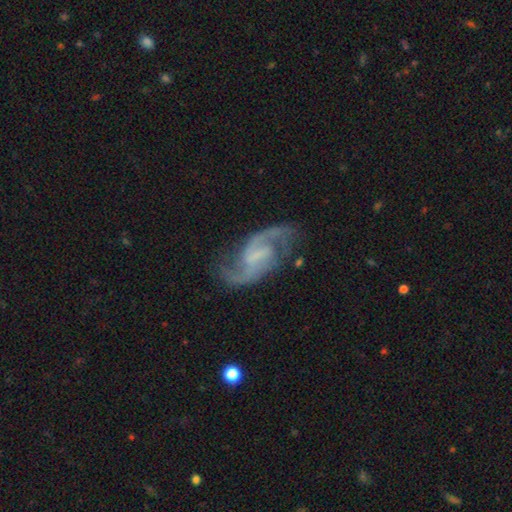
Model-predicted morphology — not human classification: Smooth or featured: featured or disk — 90% (star or artifact — 5%)
Edge-on disk: no — 97% (yes — 3%)
Bar: weak — 54% (no — 23%)
Spiral arms: yes — 97% (no — 3%)
Spiral winding: medium — 52% (loose — 34%)
Spiral arm count: 2 — 91% (can't tell — 3%)
Bulge size: none — 49% (small — 33%)
Merging: none — 74% (minor disturbance — 16%)